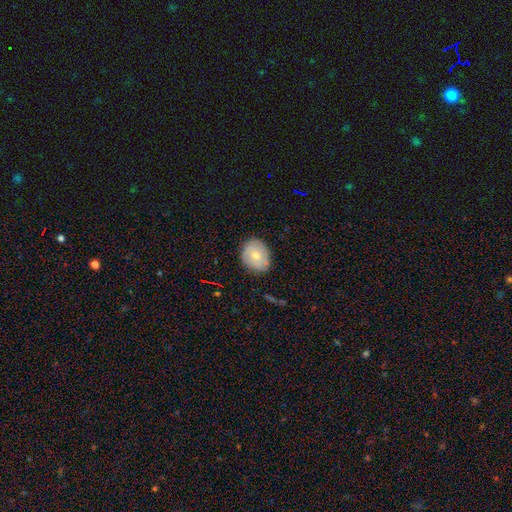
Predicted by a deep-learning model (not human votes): Overall: smooth (64%; featured or disk 28%). How rounded: round (56%; in between 43%). Merging: none (80%).